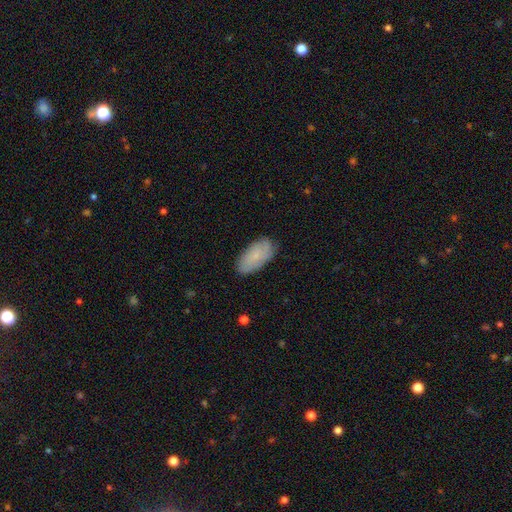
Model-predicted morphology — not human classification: smooth-or-featured: smooth: 67% | featured or disk: 25% | star or artifact: 7%
  how-rounded: in between: 92% | cigar-shaped: 5% | round: 2%
  merging: none: 79% | minor disturbance: 17% | major disturbance: 3% | merger: 1%